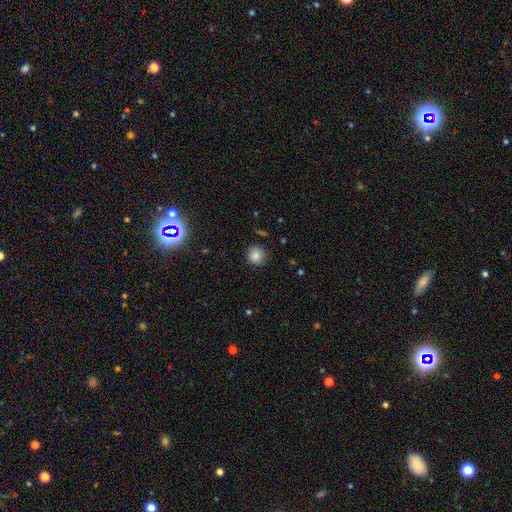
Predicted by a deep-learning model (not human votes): Smooth or featured: smooth — 82% (star or artifact — 12%)
How rounded: round — 92% (in between — 7%)
Merging: none — 85% (minor disturbance — 11%)